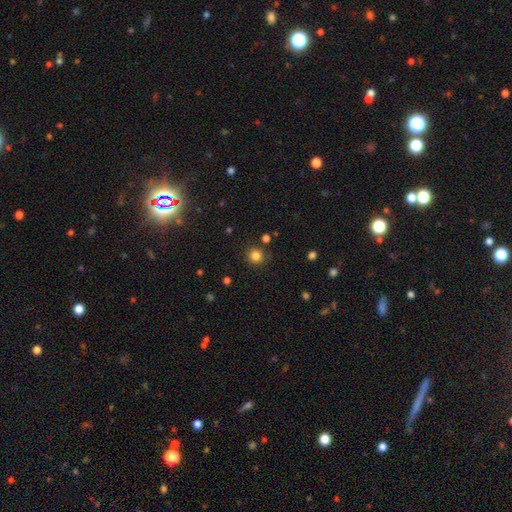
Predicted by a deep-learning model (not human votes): A smooth galaxy with no disk features (82%) that is round (93%). Merging: none (86%).